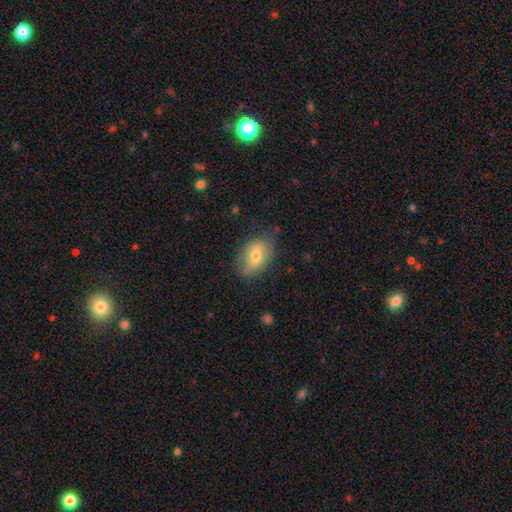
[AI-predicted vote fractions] Smooth or featured? smooth (63%)
How rounded? in between (86%)
Merging? none (71%)